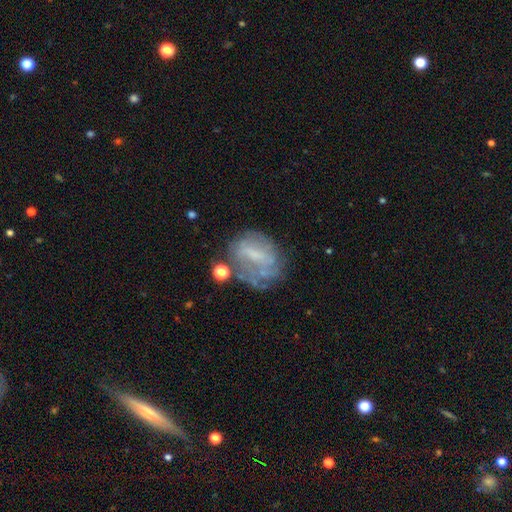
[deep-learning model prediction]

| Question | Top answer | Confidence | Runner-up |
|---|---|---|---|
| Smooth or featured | featured or disk | 56% | smooth (31%) |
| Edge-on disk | no | 96% | yes (4%) |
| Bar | weak | 39% | no (38%) |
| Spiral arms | no | 61% | yes (39%) |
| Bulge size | none | 45% | small (31%) |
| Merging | none | 43% | major disturbance (24%) |